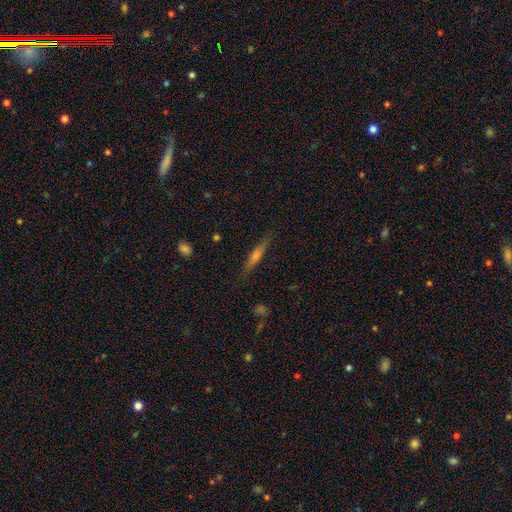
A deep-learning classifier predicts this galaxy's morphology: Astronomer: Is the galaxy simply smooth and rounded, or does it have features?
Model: featured or disk — 50% (runner-up: smooth, 41%).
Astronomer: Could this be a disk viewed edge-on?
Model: yes — 94%.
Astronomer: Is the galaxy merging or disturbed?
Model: none — 86%.